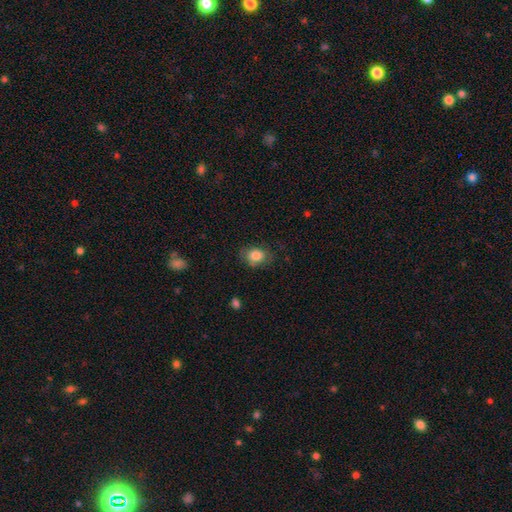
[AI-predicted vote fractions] This is clearly a smooth galaxy (83%). How rounded: likely in between (61%). Merging: likely none (71%).